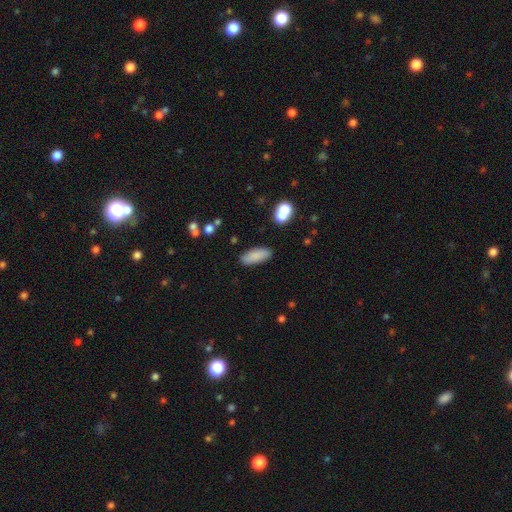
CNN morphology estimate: This is clearly a smooth galaxy (87%). How rounded: likely in between (73%). Merging: clearly none (87%).